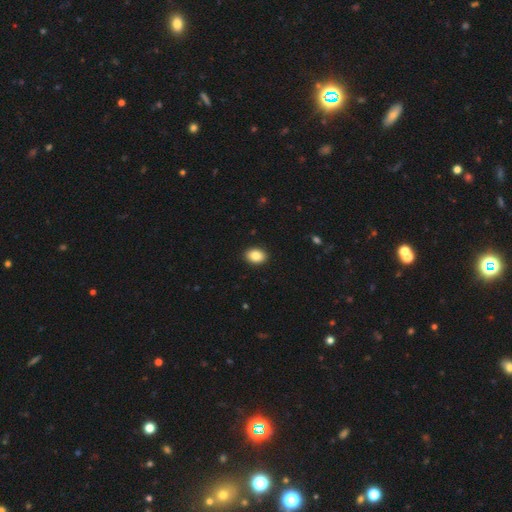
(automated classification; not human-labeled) Smooth or featured? Predicted: smooth (p=0.87). How rounded? Predicted: in between (p=0.71). Merging? Predicted: none (p=0.91).